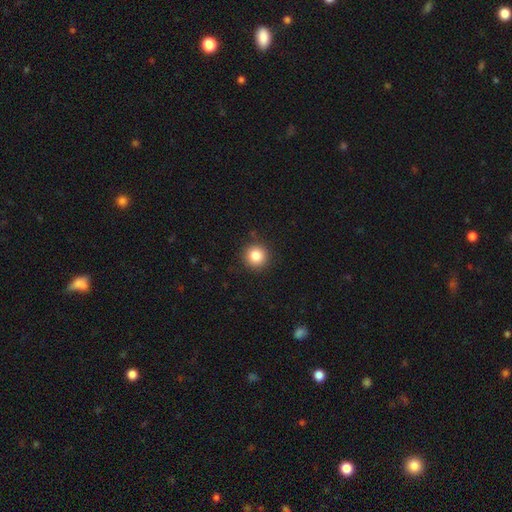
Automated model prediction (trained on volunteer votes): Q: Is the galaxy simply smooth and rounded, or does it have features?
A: smooth — 84%.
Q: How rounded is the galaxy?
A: round — 95%.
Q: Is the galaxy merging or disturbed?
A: none — 91%.